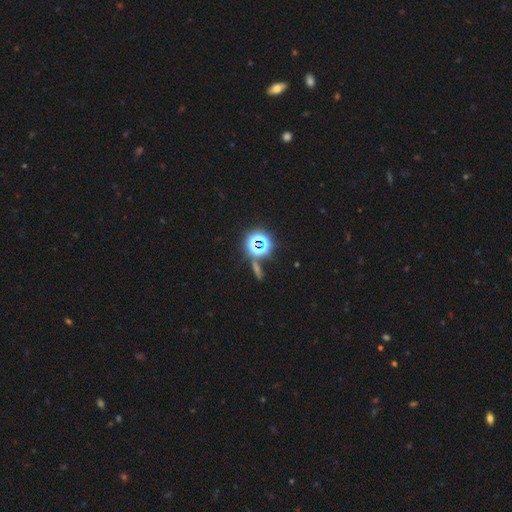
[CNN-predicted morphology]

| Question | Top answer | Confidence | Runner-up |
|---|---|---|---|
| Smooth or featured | star or artifact | 78% | smooth (15%) |